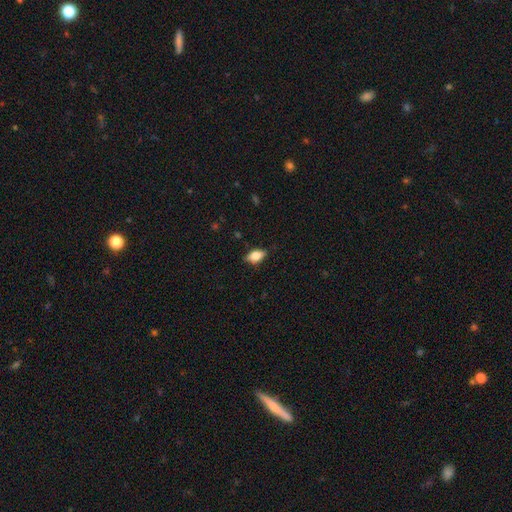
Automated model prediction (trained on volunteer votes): smooth-or-featured: smooth: 72% | featured or disk: 20% | star or artifact: 8%
  how-rounded: in between: 86% | cigar-shaped: 7% | round: 7%
  merging: none: 82% | minor disturbance: 14% | major disturbance: 3% | merger: 1%